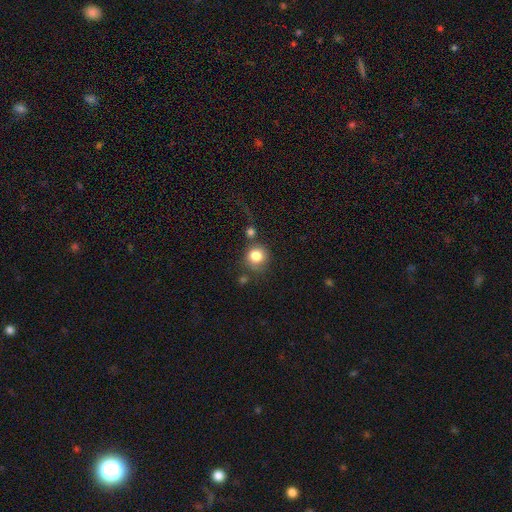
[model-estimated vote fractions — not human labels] A smooth galaxy with no disk features (82%) that is round (89%).

Vote fractions:
- Smooth or featured? smooth: 82% / star or artifact: 10% / featured or disk: 8%
- How rounded? round: 89% / in between: 10% / cigar-shaped: 1%
- Merging? none: 61% / merger: 16% / minor disturbance: 14% / major disturbance: 9%